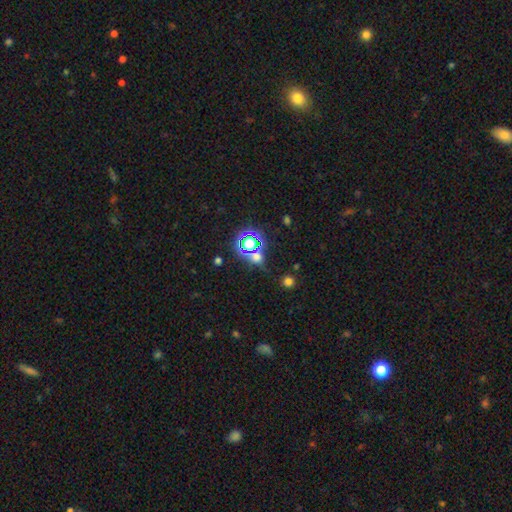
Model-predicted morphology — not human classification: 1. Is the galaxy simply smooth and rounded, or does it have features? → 59% star or artifact, 32% smooth, 10% featured or disk.